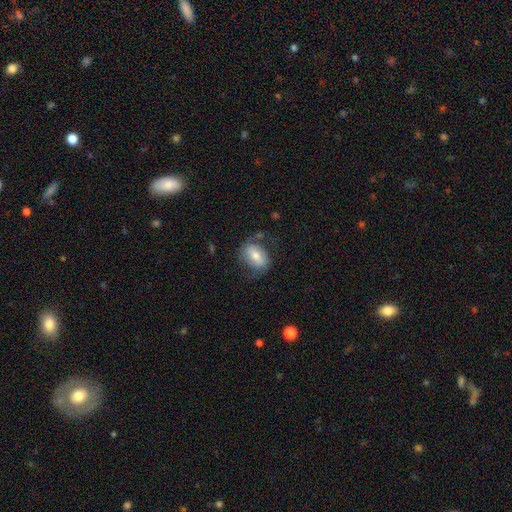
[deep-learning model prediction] smooth_or_featured: smooth (p=0.56) [alt: featured or disk p=0.36]
how_rounded: in between (p=0.74) [alt: round p=0.24]
merging: none (p=0.60) [alt: minor disturbance p=0.22]